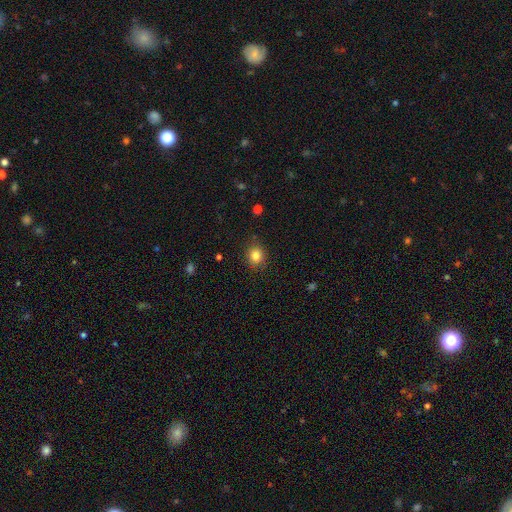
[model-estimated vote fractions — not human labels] smooth 83%, star or artifact 11%, featured or disk 6%. Down the decision tree: how rounded — round (76%); merging — none (87%).